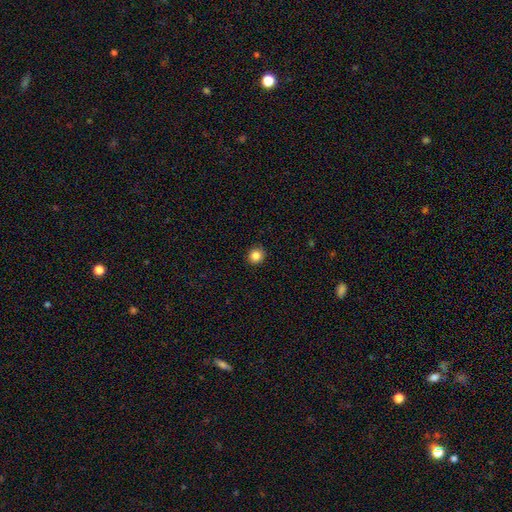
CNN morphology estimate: type=smooth (85%); roundness=round (91%); merging=none (92%).